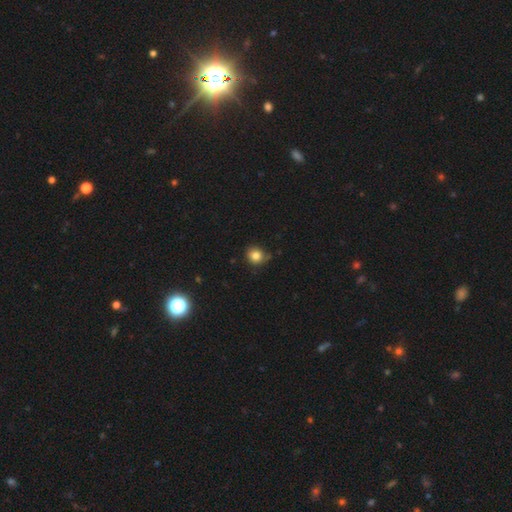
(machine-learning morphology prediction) This is clearly a smooth galaxy (82%). How rounded: clearly round (85%). Merging: likely none (71%).